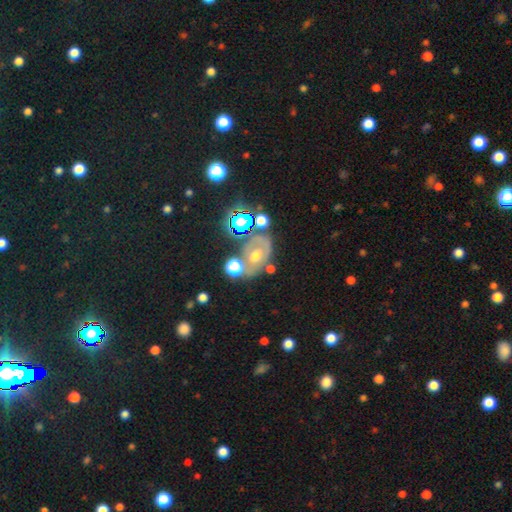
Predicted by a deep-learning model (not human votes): Overall: featured or disk (48%; smooth 33%). Merging: none (58%).